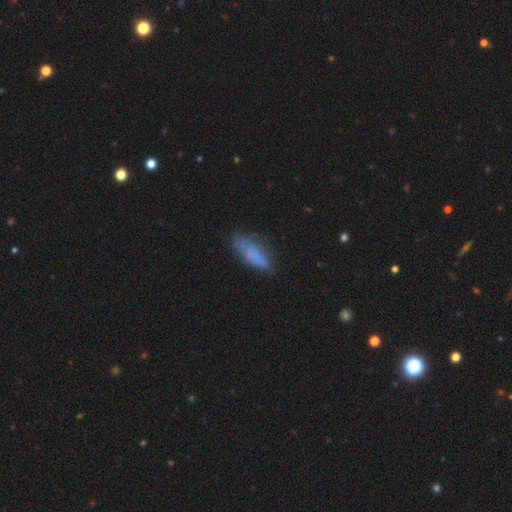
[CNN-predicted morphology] A smooth galaxy with no disk features (68%) that is in between round and cigar-shaped (60%).

Vote fractions:
- Smooth or featured? smooth: 68% / featured or disk: 22% / star or artifact: 10%
- How rounded? in between: 60% / cigar-shaped: 37% / round: 3%
- Merging? none: 64% / minor disturbance: 25% / major disturbance: 9% / merger: 3%